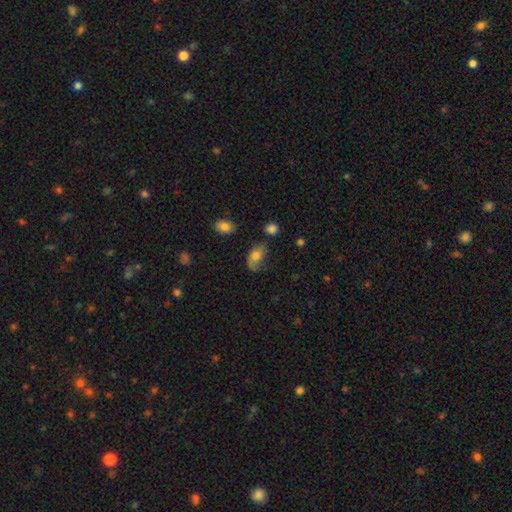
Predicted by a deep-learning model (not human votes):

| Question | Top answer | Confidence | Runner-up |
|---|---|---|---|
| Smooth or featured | smooth | 67% | featured or disk (24%) |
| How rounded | in between | 88% | round (9%) |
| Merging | none | 48% | minor disturbance (32%) |